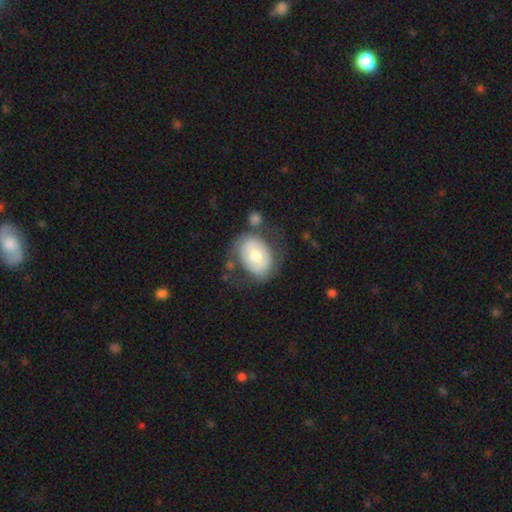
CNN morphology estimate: Overall: smooth (59%; featured or disk 35%). How rounded: in between (63%; round 36%). Merging: none (59%; minor disturbance 20%).